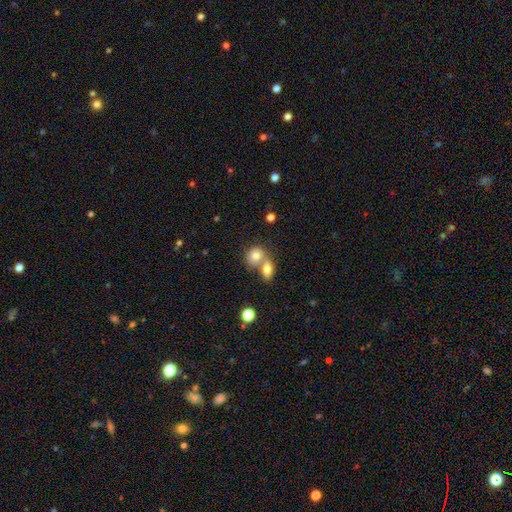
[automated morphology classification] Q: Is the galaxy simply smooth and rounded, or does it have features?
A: smooth — 78%.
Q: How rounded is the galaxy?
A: round — 61%.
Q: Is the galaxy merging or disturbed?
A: merger — 57%.